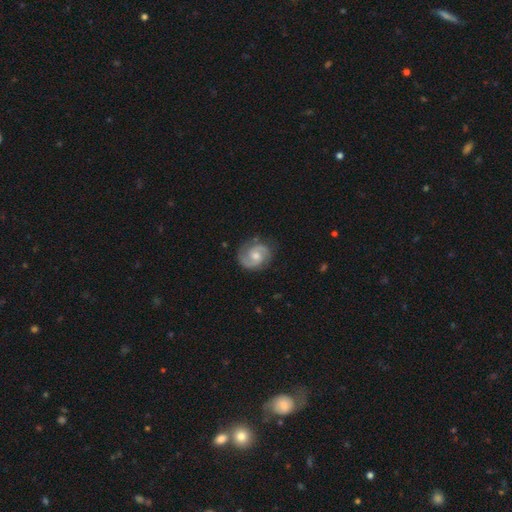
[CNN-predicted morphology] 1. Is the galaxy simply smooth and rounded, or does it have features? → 85% featured or disk, 10% smooth, 5% star or artifact.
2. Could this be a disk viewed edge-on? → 98% no, 2% yes.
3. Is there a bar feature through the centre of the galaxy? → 53% no, 41% weak, 6% strong.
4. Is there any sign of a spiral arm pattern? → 97% yes, 3% no.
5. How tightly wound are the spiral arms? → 53% medium, 34% tight, 13% loose.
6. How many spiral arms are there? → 91% 2, 4% can't tell, 2% 1, 2% 3, 1% 4, 1% more than 4.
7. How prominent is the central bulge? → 60% moderate, 32% small, 4% large, 3% none, 1% dominant.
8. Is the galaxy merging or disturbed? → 81% none, 14% minor disturbance, 4% major disturbance, 1% merger.